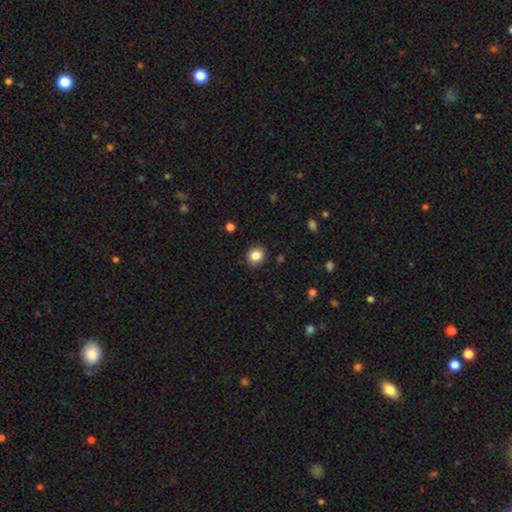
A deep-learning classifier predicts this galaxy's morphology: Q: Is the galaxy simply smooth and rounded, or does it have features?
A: smooth — 86%.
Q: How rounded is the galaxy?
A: round — 73%.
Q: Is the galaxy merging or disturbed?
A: none — 89%.